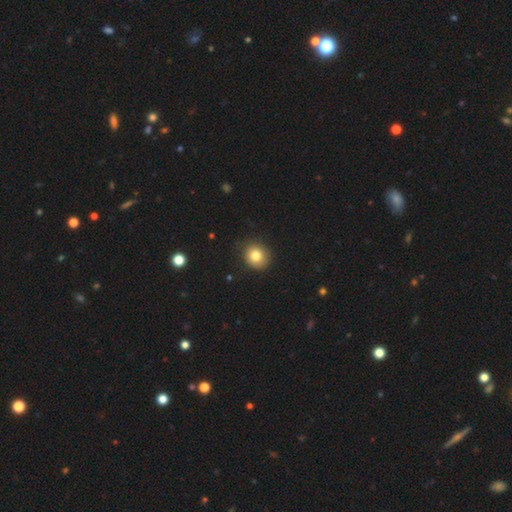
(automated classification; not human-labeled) This is clearly a smooth galaxy (81%). How rounded: clearly round (81%). Merging: clearly none (87%).